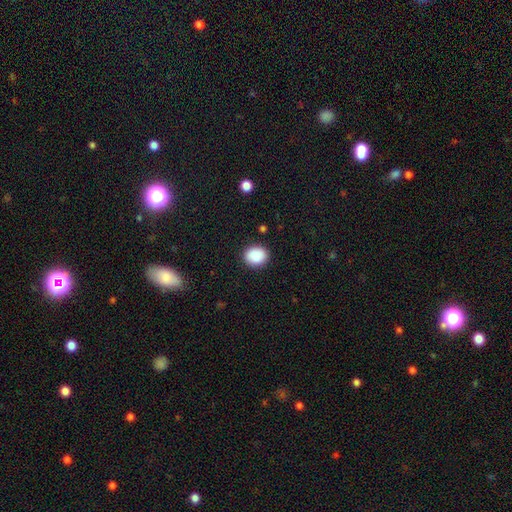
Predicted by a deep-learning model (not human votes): The model was most divided on "how rounded": round: 64%, in between: 35%, cigar-shaped: 1%. More confident: smooth or featured — smooth (88%); merging — none (88%).